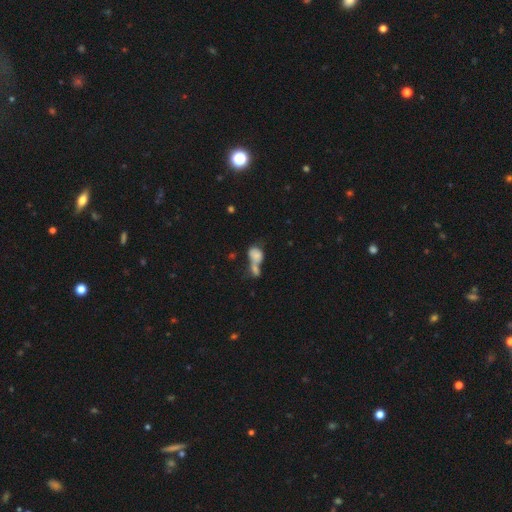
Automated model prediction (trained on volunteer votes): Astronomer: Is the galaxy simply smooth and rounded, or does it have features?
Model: smooth — 73%.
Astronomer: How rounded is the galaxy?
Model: in between — 65%.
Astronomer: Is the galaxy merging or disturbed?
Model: merger — 72%.